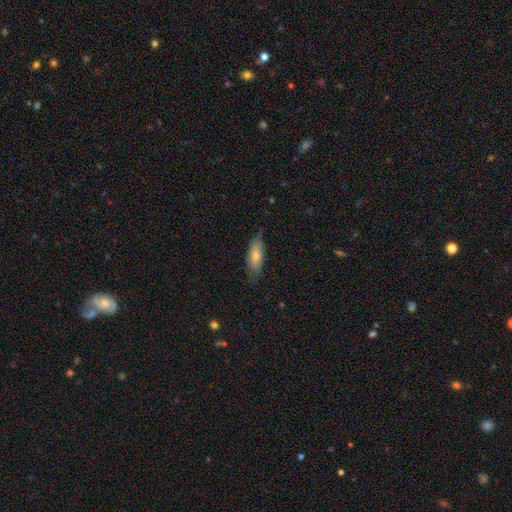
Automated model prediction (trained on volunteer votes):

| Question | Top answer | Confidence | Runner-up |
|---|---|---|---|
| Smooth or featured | smooth | 71% | featured or disk (23%) |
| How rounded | in between | 72% | cigar-shaped (26%) |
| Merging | none | 66% | minor disturbance (27%) |